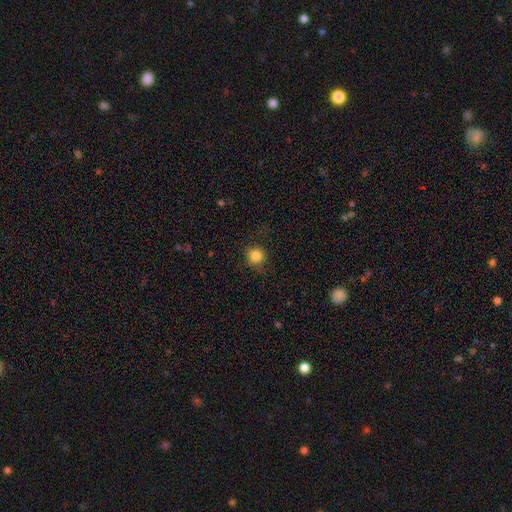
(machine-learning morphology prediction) Smooth or featured? smooth (84%)
How rounded? round (93%)
Merging? none (85%)